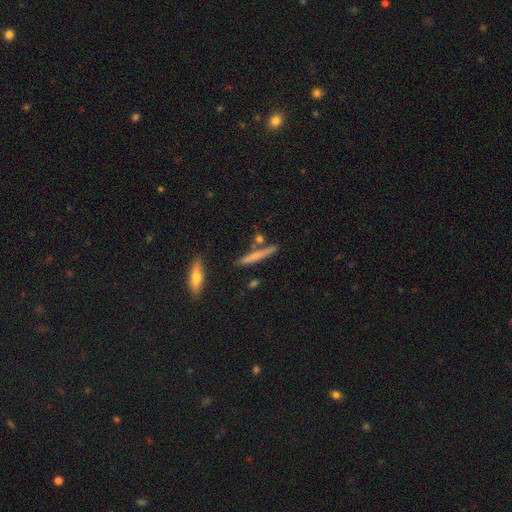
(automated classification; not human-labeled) smooth-or-featured: smooth: 60% | featured or disk: 33% | star or artifact: 7%
  how-rounded: cigar-shaped: 93% | in between: 5% | round: 2%
  merging: none: 78% | minor disturbance: 11% | merger: 8% | major disturbance: 3%